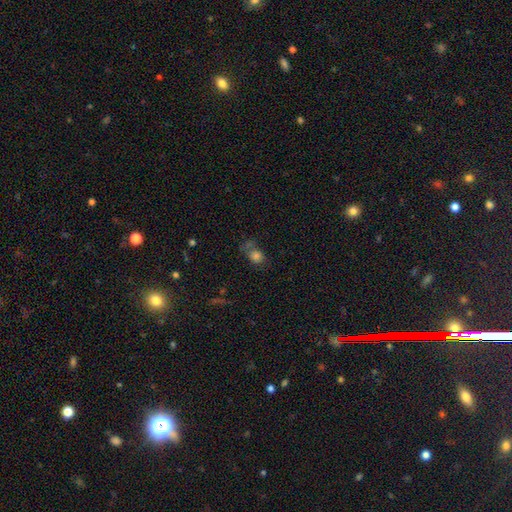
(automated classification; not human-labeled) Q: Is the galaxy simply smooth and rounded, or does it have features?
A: smooth — 66%.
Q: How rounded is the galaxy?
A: round — 56%.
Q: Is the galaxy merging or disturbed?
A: none — 46%.